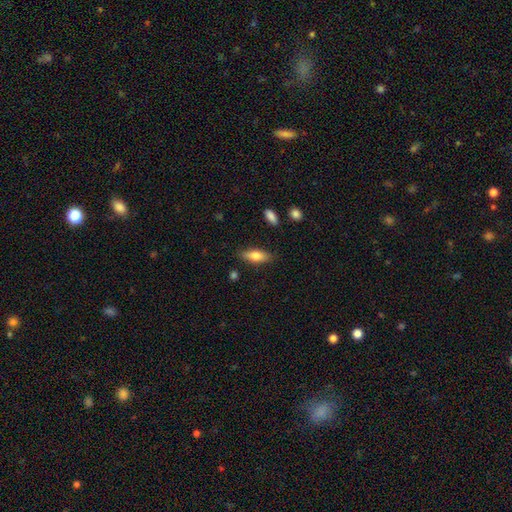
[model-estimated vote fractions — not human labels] A smooth galaxy with no disk features (75%) that is in between round and cigar-shaped (67%).

Vote fractions:
- Smooth or featured? smooth: 75% / featured or disk: 19% / star or artifact: 7%
- How rounded? in between: 67% / cigar-shaped: 31% / round: 2%
- Merging? none: 83% / minor disturbance: 12% / major disturbance: 3% / merger: 2%